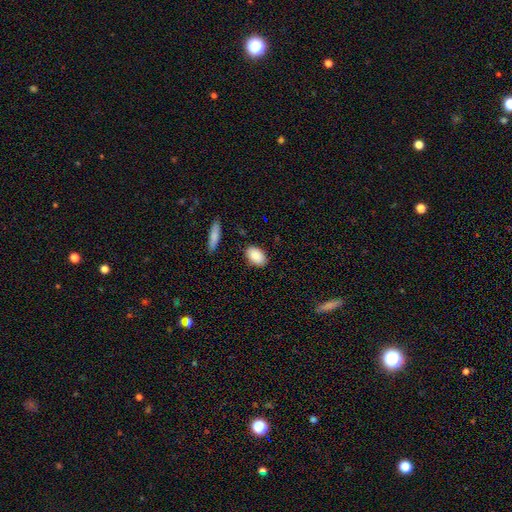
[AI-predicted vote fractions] The model was most divided on "merging": none: 85%, minor disturbance: 10%, merger: 2%, major disturbance: 2%. More confident: how rounded — in between (91%); smooth or featured — smooth (90%).